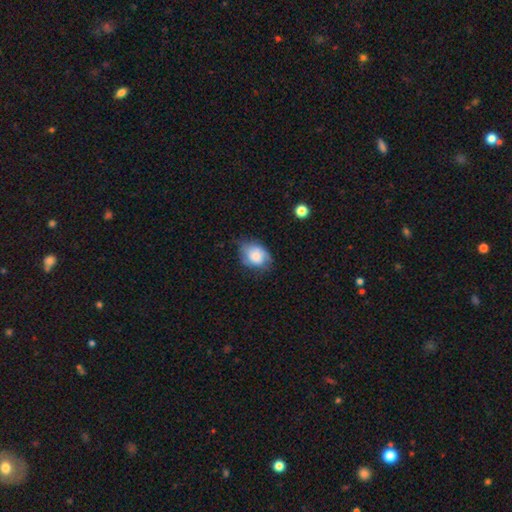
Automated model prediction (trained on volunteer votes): smooth-or-featured: smooth: 68% | featured or disk: 24% | star or artifact: 8%
  how-rounded: in between: 68% | round: 31% | cigar-shaped: 1%
  merging: none: 51% | minor disturbance: 35% | major disturbance: 12% | merger: 2%